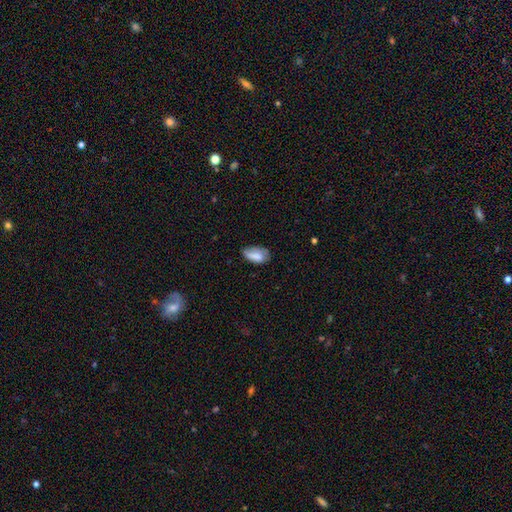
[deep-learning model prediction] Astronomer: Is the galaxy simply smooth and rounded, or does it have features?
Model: smooth — 78%.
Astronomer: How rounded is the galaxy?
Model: in between — 93%.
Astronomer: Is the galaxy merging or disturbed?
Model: none — 55% (runner-up: minor disturbance, 34%).